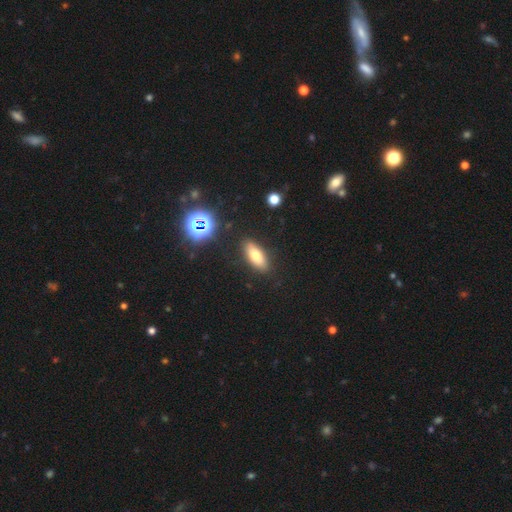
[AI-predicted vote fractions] A smooth galaxy with no disk features (68%) that is in between round and cigar-shaped (71%). Merging: none (88%).